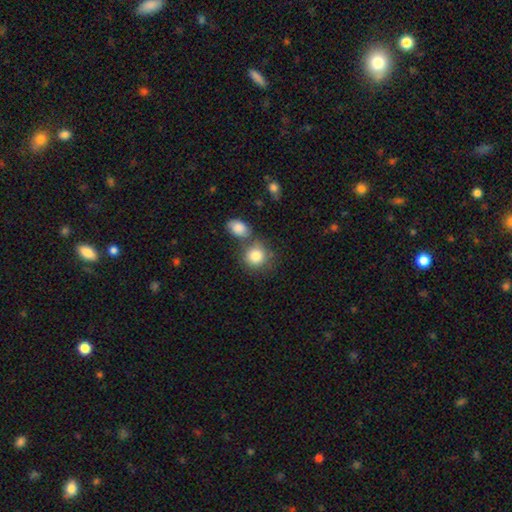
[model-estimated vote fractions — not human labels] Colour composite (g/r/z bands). It shows a smooth galaxy with no disk features (84%) that is round (82%). Merging: none (56%).